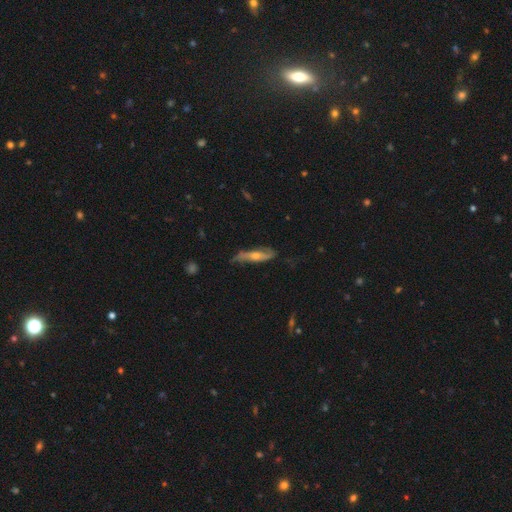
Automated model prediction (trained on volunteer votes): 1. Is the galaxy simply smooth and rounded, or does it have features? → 64% featured or disk, 30% smooth, 6% star or artifact.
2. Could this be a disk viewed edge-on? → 56% no, 44% yes.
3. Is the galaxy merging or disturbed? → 59% none, 29% minor disturbance, 10% major disturbance, 2% merger.